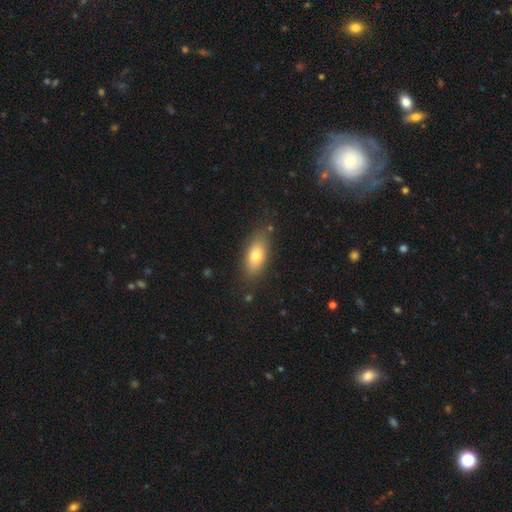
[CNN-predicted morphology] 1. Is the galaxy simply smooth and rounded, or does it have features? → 75% smooth, 17% featured or disk, 8% star or artifact.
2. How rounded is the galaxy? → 81% in between, 14% cigar-shaped, 5% round.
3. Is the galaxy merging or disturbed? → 81% none, 13% minor disturbance, 4% major disturbance, 2% merger.